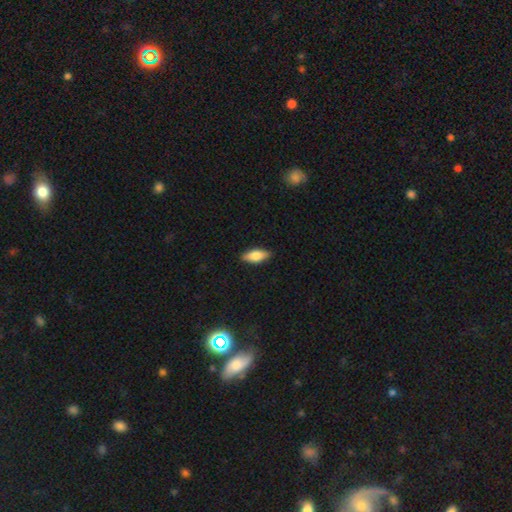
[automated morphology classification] Smooth or featured?
  - smooth: 74% *
  - featured or disk: 20%
  - star or artifact: 6%
How rounded?
  - in between: 78% *
  - cigar-shaped: 19%
  - round: 3%
Merging?
  - none: 89% *
  - minor disturbance: 9%
  - major disturbance: 2%
  - merger: 1%